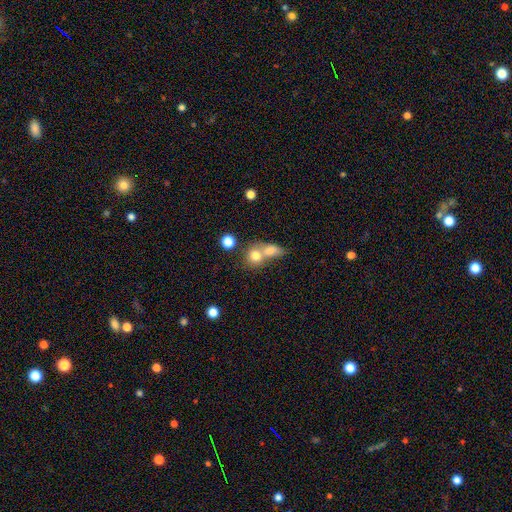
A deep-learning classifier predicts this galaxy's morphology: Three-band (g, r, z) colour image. It shows a smooth galaxy with no disk features (76%) that is round (70%). Merging: merger (57%).